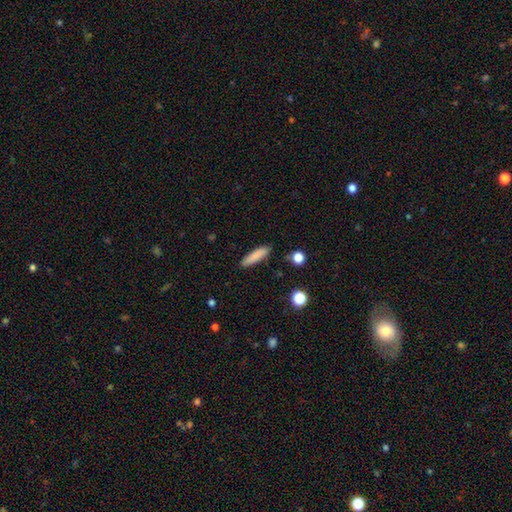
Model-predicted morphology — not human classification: The model was most divided on "how rounded": cigar-shaped: 77%, in between: 21%, round: 2%. More confident: merging — none (87%); smooth or featured — smooth (84%).